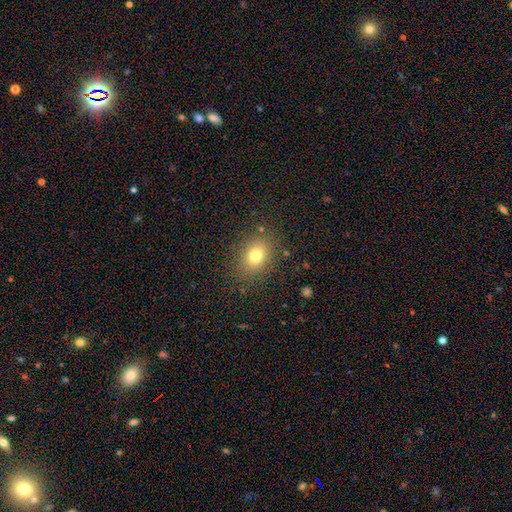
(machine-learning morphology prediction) smooth 75%, star or artifact 13%, featured or disk 12%. Down the decision tree: how rounded — in between (62%); merging — none (84%).